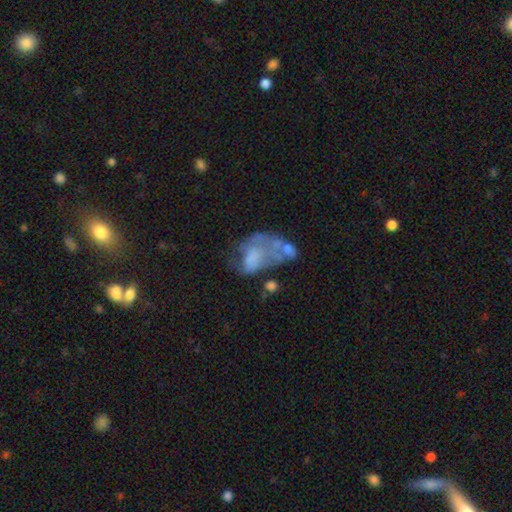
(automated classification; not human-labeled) Smooth or featured: featured or disk — 49% (smooth — 39%)
Merging: major disturbance — 36% (merger — 28%)